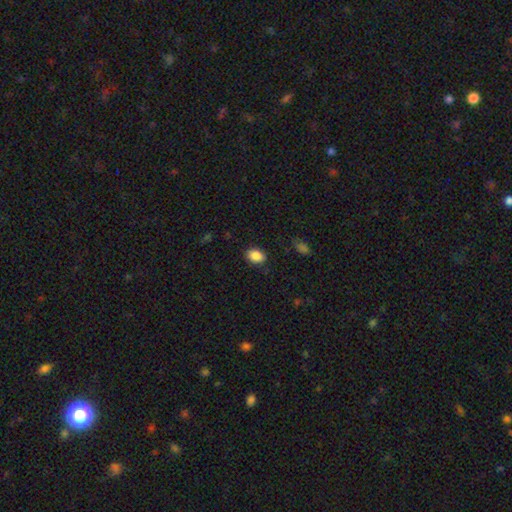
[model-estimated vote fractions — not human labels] smooth 88%, star or artifact 8%, featured or disk 4%. Down the decision tree: how rounded — in between (76%); merging — none (85%).